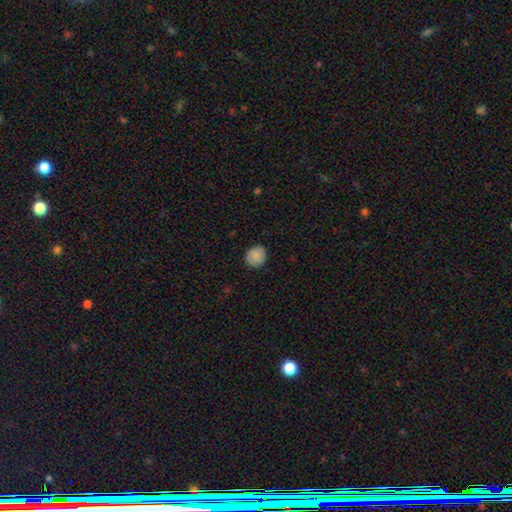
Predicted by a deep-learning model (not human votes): Smooth or featured? smooth (85%)
How rounded? round (82%)
Merging? none (85%)